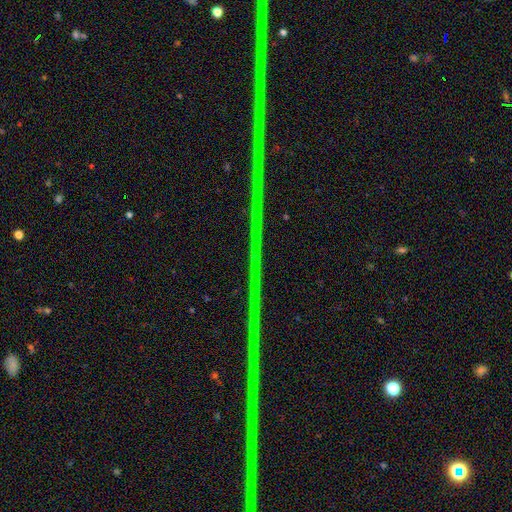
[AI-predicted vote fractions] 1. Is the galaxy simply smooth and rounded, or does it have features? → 89% star or artifact, 7% featured or disk, 4% smooth.